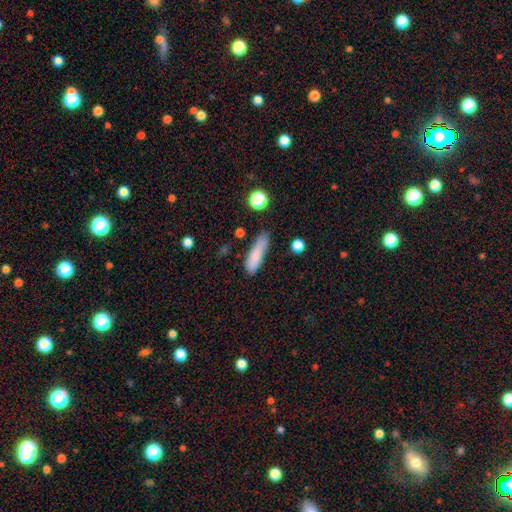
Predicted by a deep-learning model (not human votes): Smooth or featured?
  - smooth: 82% *
  - featured or disk: 10%
  - star or artifact: 8%
How rounded?
  - cigar-shaped: 63% *
  - in between: 35%
  - round: 2%
Merging?
  - none: 67% *
  - minor disturbance: 23%
  - major disturbance: 6%
  - merger: 4%